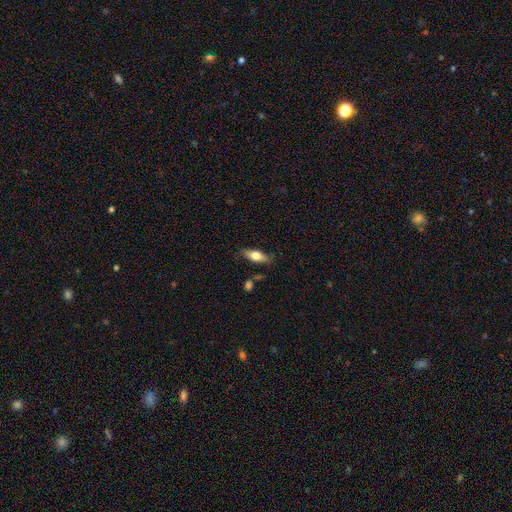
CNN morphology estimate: This is likely a smooth galaxy (71%). How rounded: likely in between (77%). Merging: likely none (75%).